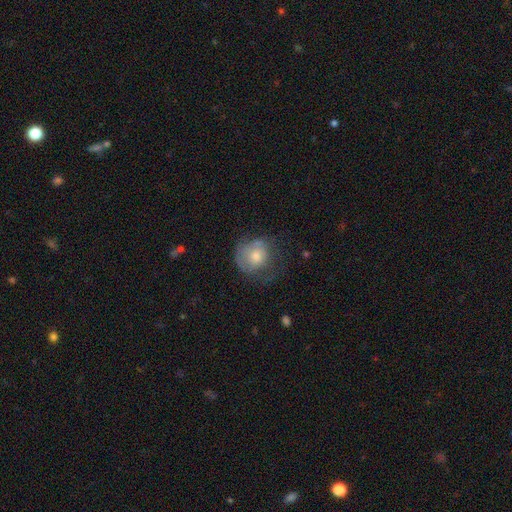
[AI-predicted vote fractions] smooth-or-featured: smooth: 55% | featured or disk: 37% | star or artifact: 8%
  how-rounded: round: 82% | in between: 17% | cigar-shaped: 1%
  merging: none: 45% | minor disturbance: 28% | major disturbance: 25% | merger: 2%